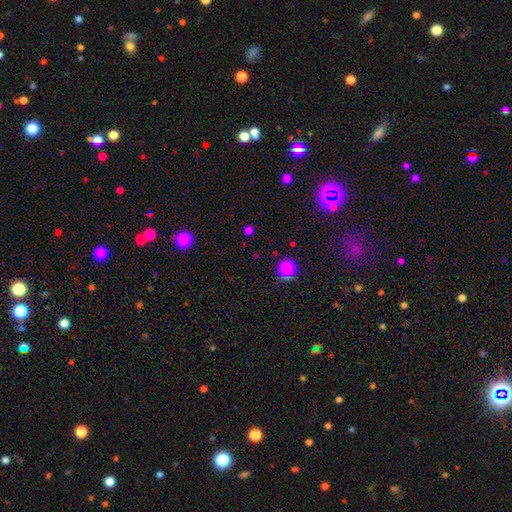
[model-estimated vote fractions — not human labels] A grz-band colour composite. It shows a smooth galaxy with no disk features (52%) that is round (88%). Merging: none (84%).